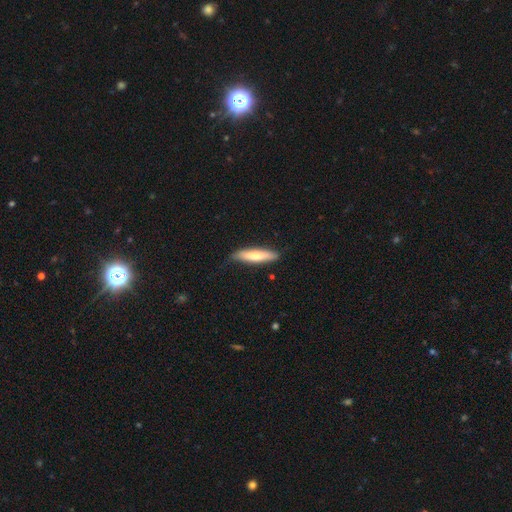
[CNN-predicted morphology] smooth_or_featured: smooth (p=0.71) [alt: featured or disk p=0.24]
how_rounded: cigar-shaped (p=0.80) [alt: in between p=0.19]
merging: none (p=0.77) [alt: minor disturbance p=0.18]